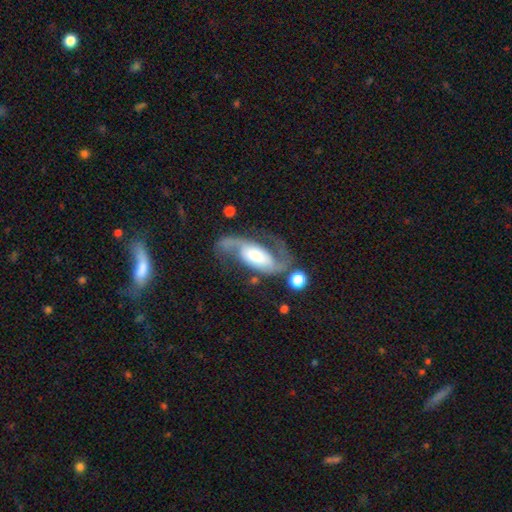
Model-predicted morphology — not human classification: Smooth or featured? Predicted: featured or disk (p=0.87). Edge-on disk? Predicted: no (p=0.95). Bar? Predicted: no (p=0.37). Spiral arms? Predicted: yes (p=0.96). Spiral winding? Predicted: medium (p=0.44). Spiral arm count? Predicted: 2 (p=0.91). Bulge size? Predicted: moderate (p=0.37). Merging? Predicted: none (p=0.59).